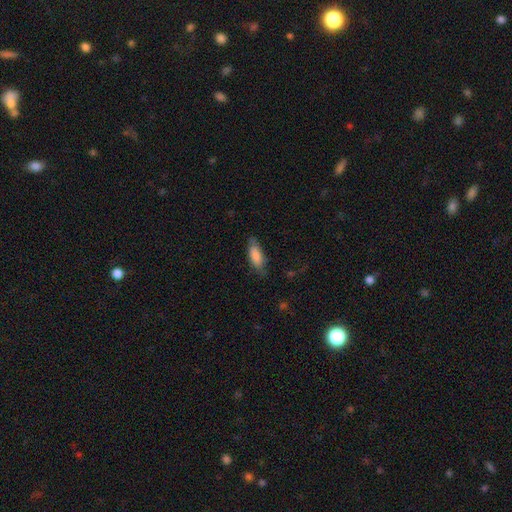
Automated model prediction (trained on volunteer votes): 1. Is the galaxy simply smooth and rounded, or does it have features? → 83% smooth, 11% featured or disk, 6% star or artifact.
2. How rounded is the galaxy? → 72% in between, 26% cigar-shaped, 2% round.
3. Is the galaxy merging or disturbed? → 72% none, 21% minor disturbance, 5% major disturbance, 1% merger.